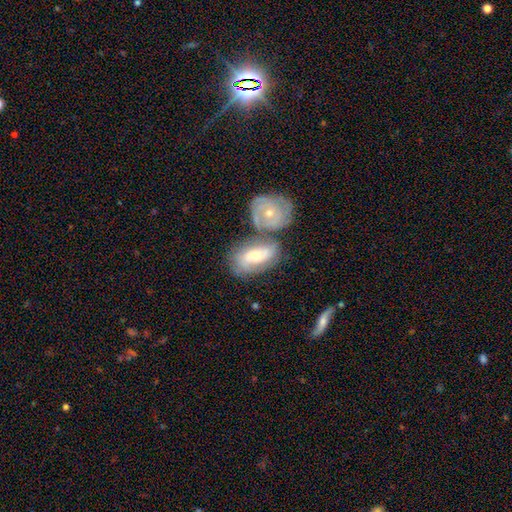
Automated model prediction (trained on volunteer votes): Morphology: type=featured or disk (60%); edge-on=no (92%); bar=no (58%); spiral arms=yes (84%); bulge=moderate (59%); merging=none (40%).